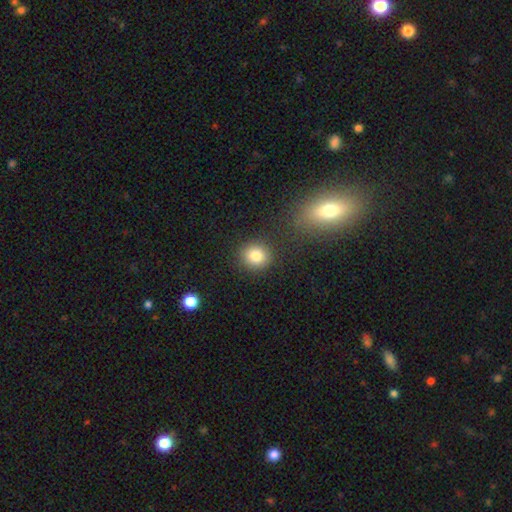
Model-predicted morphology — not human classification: type=smooth (83%); roundness=round (84%); merging=none (87%).